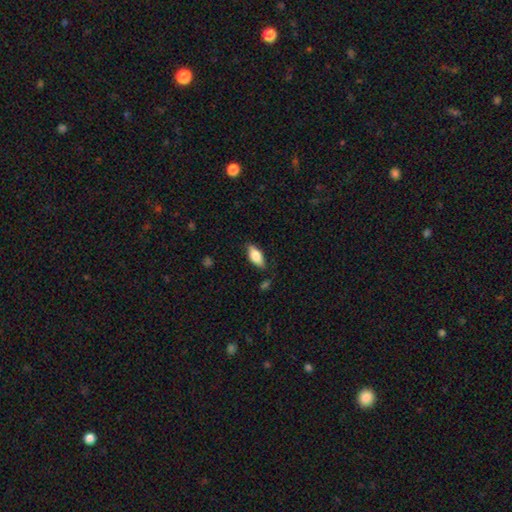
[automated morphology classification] A smooth galaxy with no disk features (76%) that is in between round and cigar-shaped (83%). Merging: none (80%).